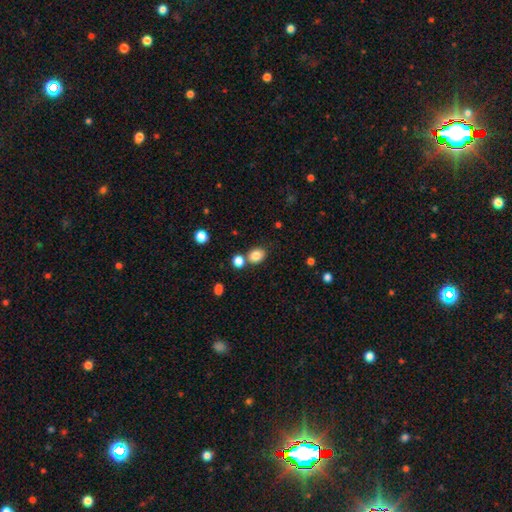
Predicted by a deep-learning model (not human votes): Morphology: type=smooth (84%); roundness=round (52%); merging=none (67%).